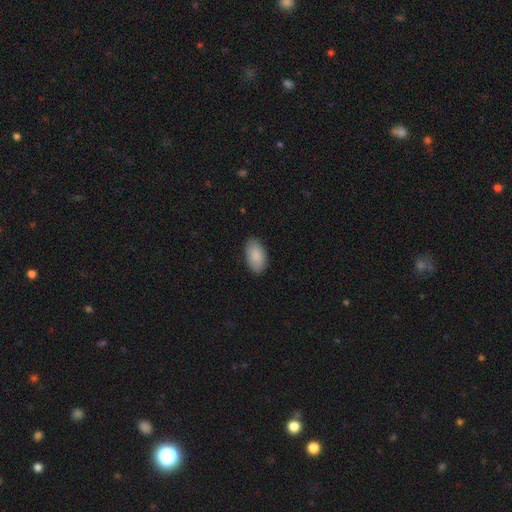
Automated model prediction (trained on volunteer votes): Smooth or featured?
  - smooth: 89% *
  - star or artifact: 6%
  - featured or disk: 5%
How rounded?
  - in between: 95% *
  - round: 3%
  - cigar-shaped: 2%
Merging?
  - none: 86% *
  - minor disturbance: 10%
  - major disturbance: 2%
  - merger: 1%